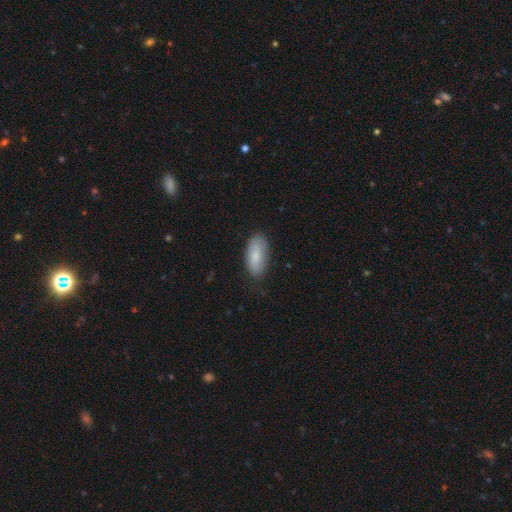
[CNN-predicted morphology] Q: Smooth or featured?
A: smooth (81%); runner-up: featured or disk (13%)
Q: How rounded?
A: in between (87%); runner-up: cigar-shaped (11%)
Q: Merging?
A: none (76%); runner-up: minor disturbance (19%)